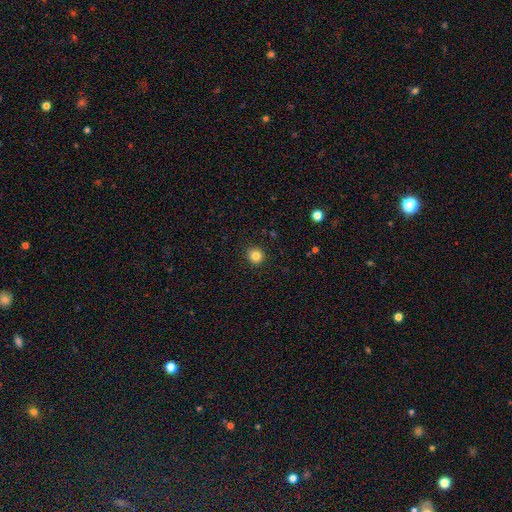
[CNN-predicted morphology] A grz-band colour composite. It shows a smooth galaxy with no disk features (83%) that is round (93%). Merging: none (92%).